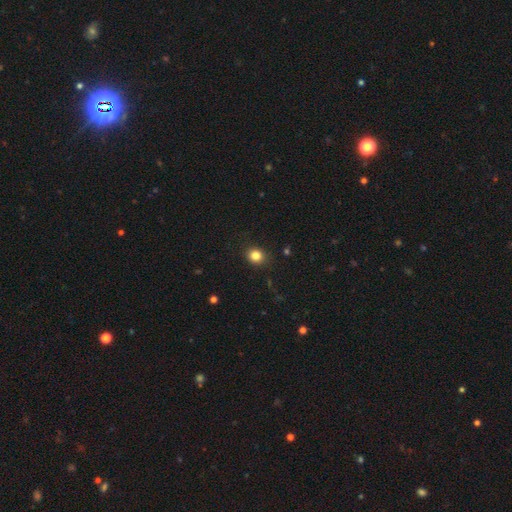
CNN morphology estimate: Smooth or featured? smooth (83%)
How rounded? round (81%)
Merging? none (89%)